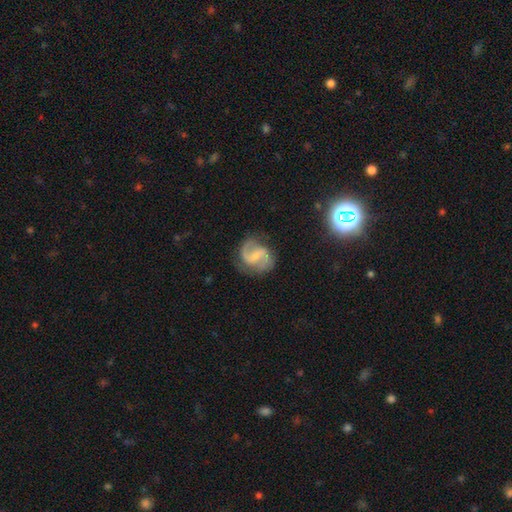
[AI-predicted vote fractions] A featured or disk galaxy (86%) with a weak bar (53%), 2 (92%) medium (54%) spiral arms (96%) and a small central bulge (53%).

Vote fractions:
- Smooth or featured? featured or disk: 86% / smooth: 8% / star or artifact: 5%
- Edge-on disk? no: 98% / yes: 2%
- Bar? weak: 53% / strong: 26% / no: 21%
- Spiral arms? yes: 96% / no: 4%
- Spiral winding? medium: 54% / loose: 32% / tight: 14%
- Spiral arm count? 2: 92% / can't tell: 3% / 1: 2% / 3: 1% / 4: 1% / more than 4: 1%
- Bulge size? small: 53% / none: 22% / moderate: 22% / large: 2% / dominant: 1%
- Merging? none: 76% / minor disturbance: 16% / major disturbance: 6% / merger: 1%